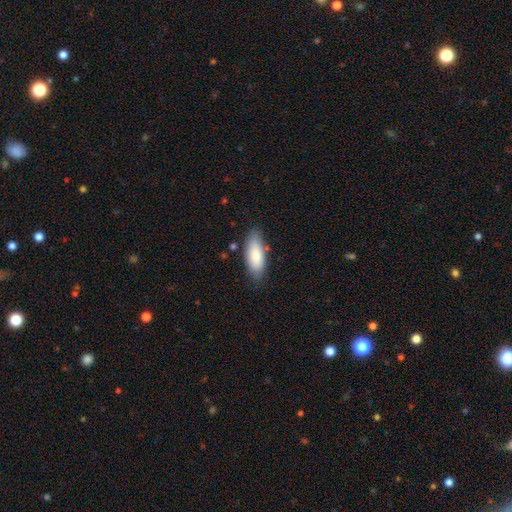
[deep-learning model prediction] Morphology: type=smooth (83%); roundness=in between (71%); merging=none (79%).